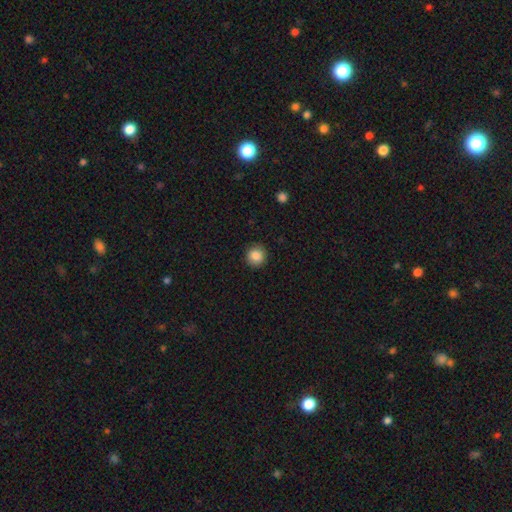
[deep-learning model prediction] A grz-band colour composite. It shows a smooth galaxy with no disk features (86%) that is round (92%). Merging: none (89%).